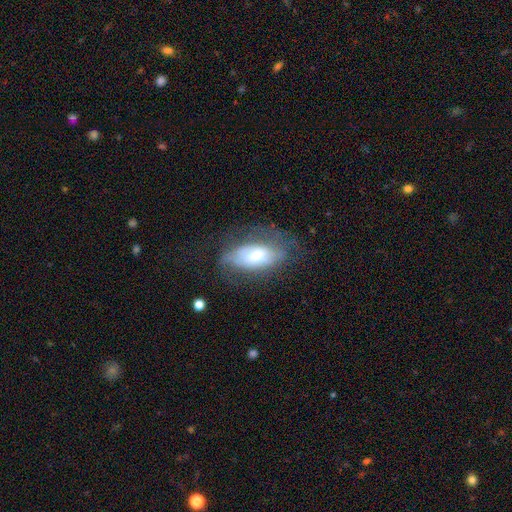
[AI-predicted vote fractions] Smooth or featured?
  - featured or disk: 51% *
  - smooth: 41%
  - star or artifact: 8%
Edge-on disk?
  - no: 87% *
  - yes: 13%
Merging?
  - none: 48% *
  - minor disturbance: 28%
  - major disturbance: 23%
  - merger: 2%